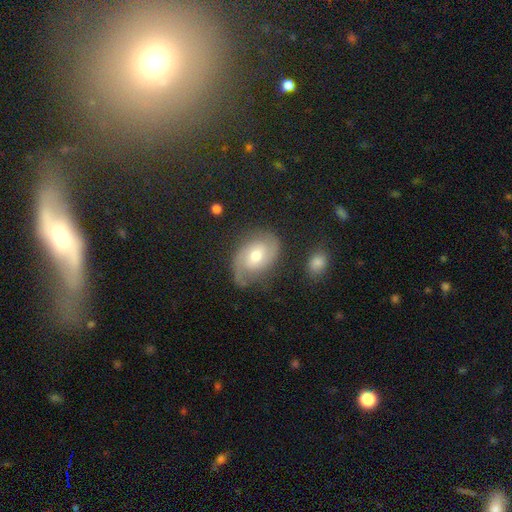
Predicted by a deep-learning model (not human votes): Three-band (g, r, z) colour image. It shows a featured or disk galaxy (76%) with no bar (55%), 2 (85%) medium (46%) spiral arms (93%) and a moderate central bulge (68%). Merging: none (74%).